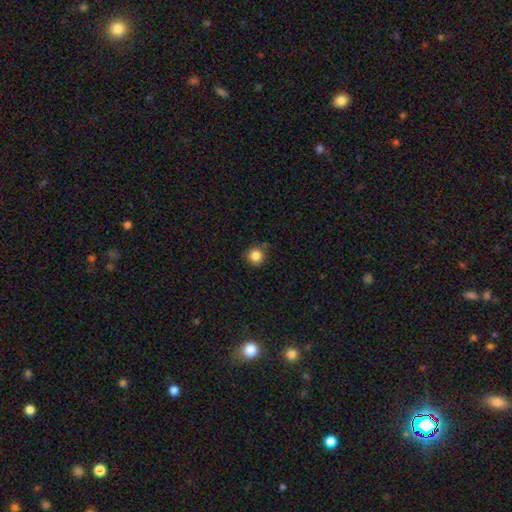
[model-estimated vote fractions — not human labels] Q: Smooth or featured?
A: smooth (85%); runner-up: star or artifact (11%)
Q: How rounded?
A: round (94%); runner-up: in between (5%)
Q: Merging?
A: none (83%); runner-up: minor disturbance (12%)